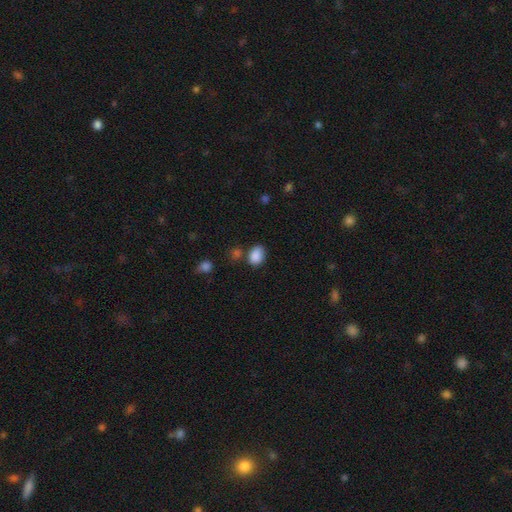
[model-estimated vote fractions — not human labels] smooth 87%, star or artifact 9%, featured or disk 4%. Down the decision tree: how rounded — in between (74%); merging — none (68%).